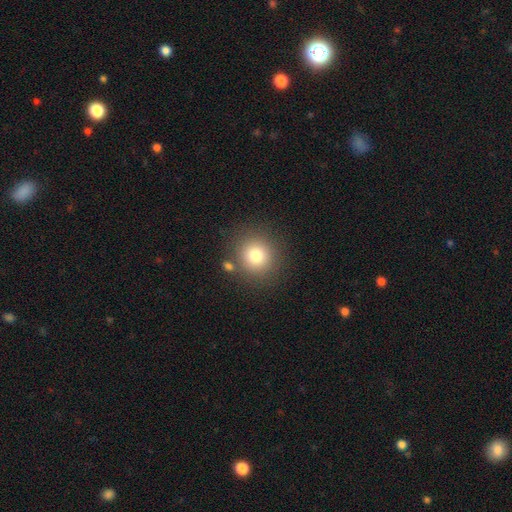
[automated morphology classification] Smooth or featured? smooth (79%)
How rounded? round (90%)
Merging? none (82%)